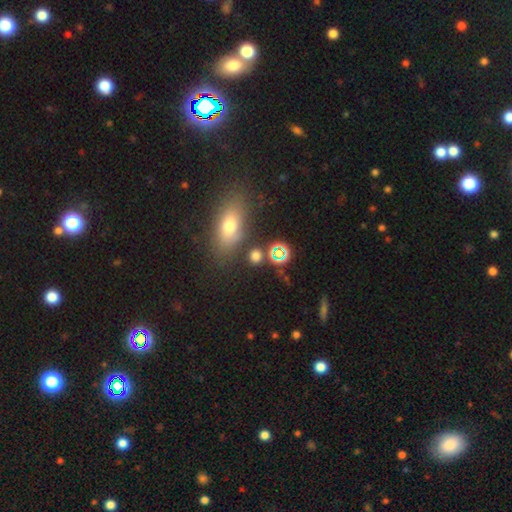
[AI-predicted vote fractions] A smooth galaxy with no disk features (61%) that is round (64%). Merging: none (76%).